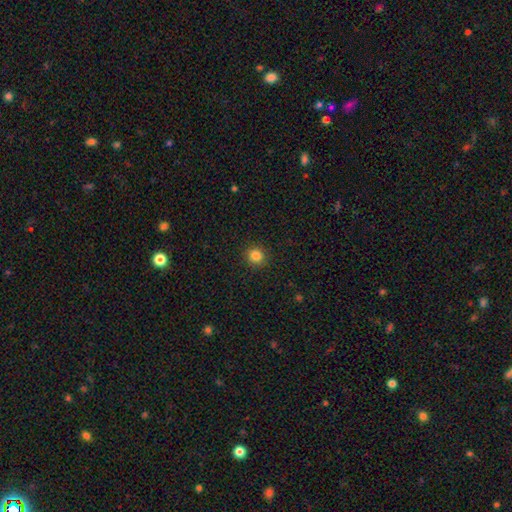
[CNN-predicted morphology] Q: Smooth or featured?
A: smooth (84%); runner-up: star or artifact (12%)
Q: How rounded?
A: round (90%); runner-up: in between (9%)
Q: Merging?
A: none (92%); runner-up: minor disturbance (5%)